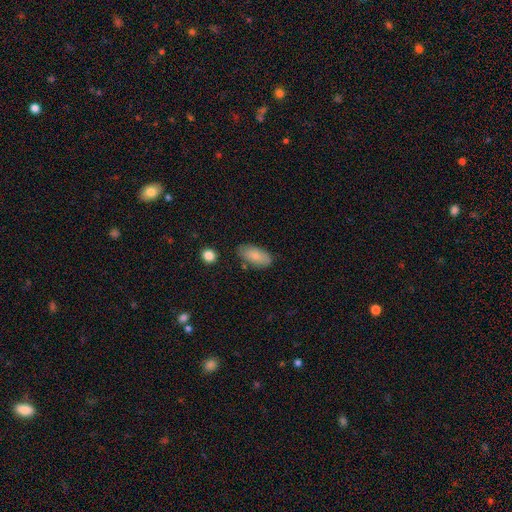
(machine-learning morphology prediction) Overall: smooth (81%). How rounded: in between (91%). Merging: none (77%).